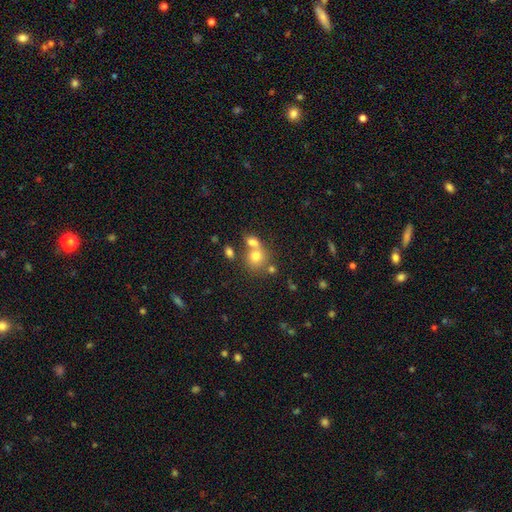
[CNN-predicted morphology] smooth 72%, featured or disk 15%, star or artifact 13%. Down the decision tree: how rounded — round (75%); merging — merger (48%).